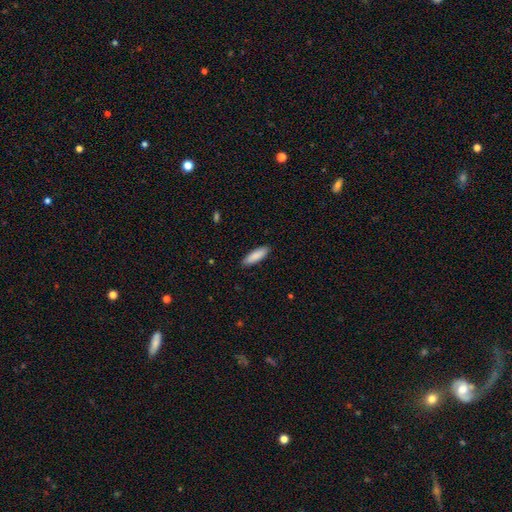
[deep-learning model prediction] Smooth or featured?
  - smooth: 88% *
  - featured or disk: 7%
  - star or artifact: 5%
How rounded?
  - cigar-shaped: 55% *
  - in between: 44%
  - round: 1%
Merging?
  - none: 89% *
  - minor disturbance: 8%
  - major disturbance: 2%
  - merger: 1%